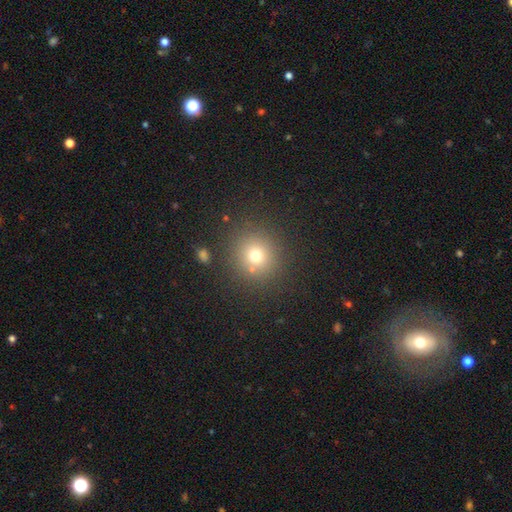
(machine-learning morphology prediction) smooth 71%, star or artifact 19%, featured or disk 10%. Down the decision tree: how rounded — round (91%); merging — none (84%).